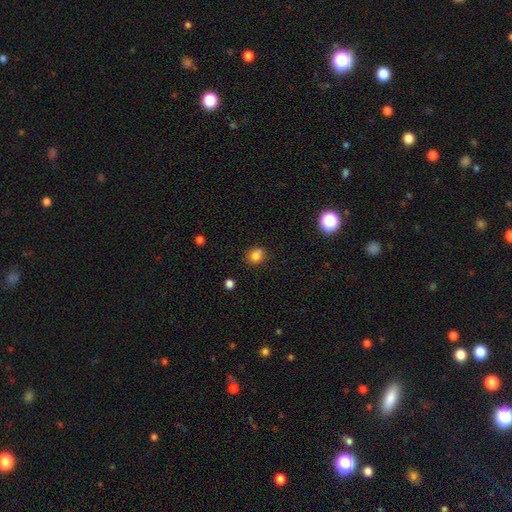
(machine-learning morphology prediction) The model was most divided on "how rounded": round: 68%, in between: 31%, cigar-shaped: 1%. More confident: smooth or featured — smooth (81%); merging — none (71%).